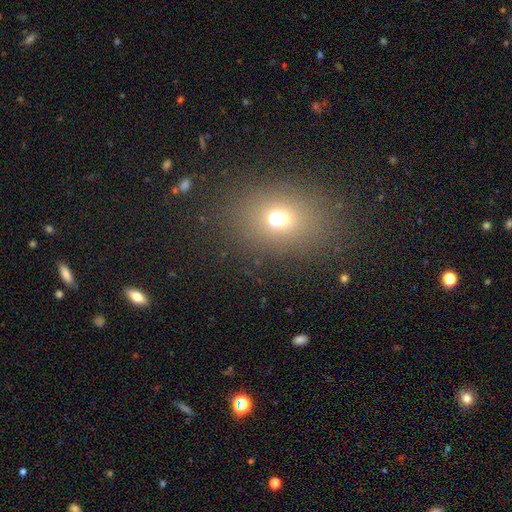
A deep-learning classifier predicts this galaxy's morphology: Smooth or featured?
  - smooth: 65% *
  - star or artifact: 23%
  - featured or disk: 12%
How rounded?
  - in between: 62% *
  - round: 36%
  - cigar-shaped: 2%
Merging?
  - none: 87% *
  - minor disturbance: 8%
  - major disturbance: 4%
  - merger: 2%